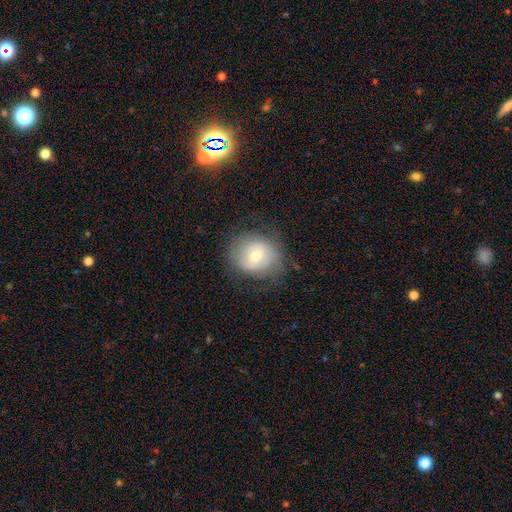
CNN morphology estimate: This is possibly a featured or disk galaxy (46%, tied with smooth). Merging: likely none (68%).